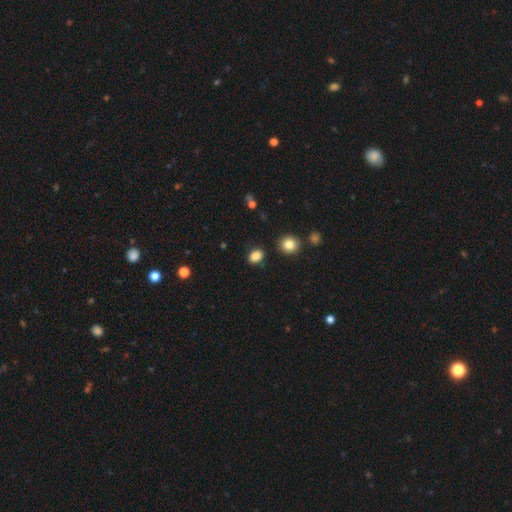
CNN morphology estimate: Overall: smooth (86%). How rounded: in between (61%; round 37%). Merging: none (86%).